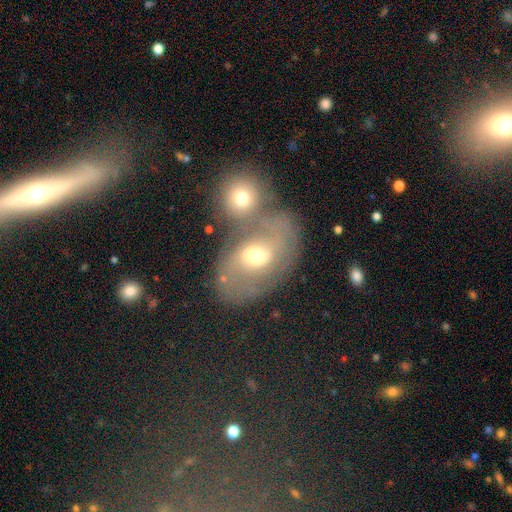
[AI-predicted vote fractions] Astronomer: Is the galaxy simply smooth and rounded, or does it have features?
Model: featured or disk — 56% (runner-up: smooth, 35%).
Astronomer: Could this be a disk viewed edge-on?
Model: no — 95%.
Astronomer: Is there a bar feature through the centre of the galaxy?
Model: no — 48% (runner-up: weak, 39%).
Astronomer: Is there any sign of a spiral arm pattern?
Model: yes — 71%.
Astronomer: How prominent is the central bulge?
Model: moderate — 61%.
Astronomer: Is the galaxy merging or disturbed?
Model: merger — 43% (runner-up: none, 37%).